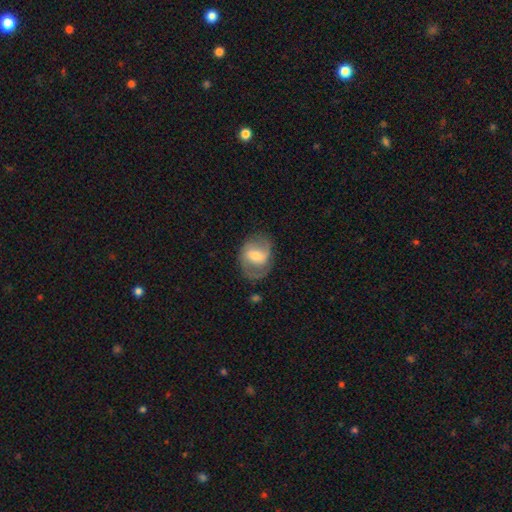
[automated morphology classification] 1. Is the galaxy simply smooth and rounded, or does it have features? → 63% featured or disk, 30% smooth, 7% star or artifact.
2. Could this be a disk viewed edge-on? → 97% no, 3% yes.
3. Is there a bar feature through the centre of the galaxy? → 50% weak, 26% strong, 24% no.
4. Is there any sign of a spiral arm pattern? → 82% yes, 18% no.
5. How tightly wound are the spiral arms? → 49% medium, 28% loose, 23% tight.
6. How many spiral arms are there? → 79% 2, 11% can't tell, 6% 1, 3% 3, 1% 4, 1% more than 4.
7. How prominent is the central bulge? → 55% moderate, 32% small, 9% large, 3% none, 1% dominant.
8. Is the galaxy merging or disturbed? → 67% none, 20% minor disturbance, 11% major disturbance, 2% merger.